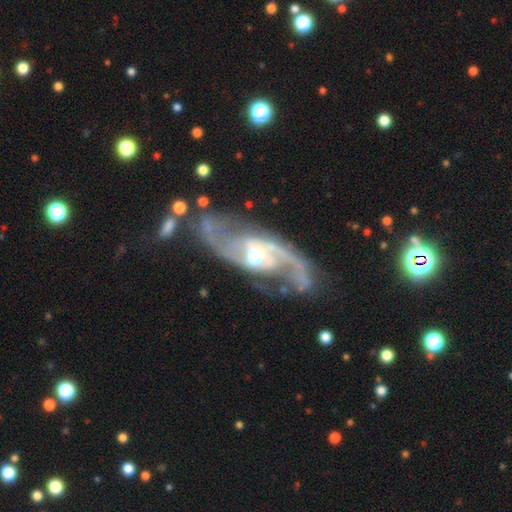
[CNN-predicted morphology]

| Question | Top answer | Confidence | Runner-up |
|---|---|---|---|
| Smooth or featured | featured or disk | 90% | smooth (6%) |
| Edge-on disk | no | 94% | yes (6%) |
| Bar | no | 44% | weak (36%) |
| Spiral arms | yes | 93% | no (7%) |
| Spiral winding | loose | 43% | medium (42%) |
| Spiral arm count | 2 | 90% | can't tell (4%) |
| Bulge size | moderate | 71% | small (14%) |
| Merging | none | 65% | minor disturbance (16%) |